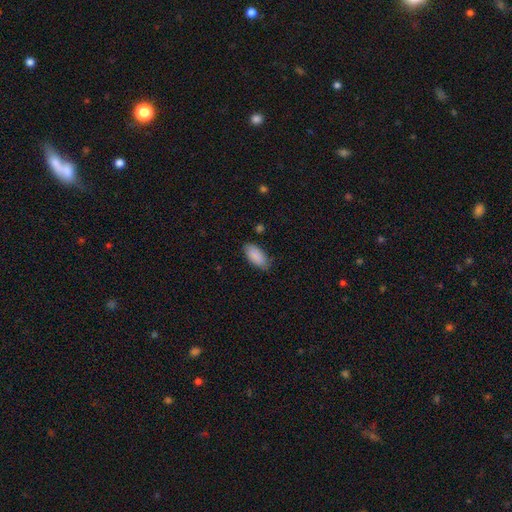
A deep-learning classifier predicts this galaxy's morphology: Q: Smooth or featured?
A: smooth (89%); runner-up: star or artifact (6%)
Q: How rounded?
A: in between (89%); runner-up: cigar-shaped (9%)
Q: Merging?
A: none (81%); runner-up: minor disturbance (15%)